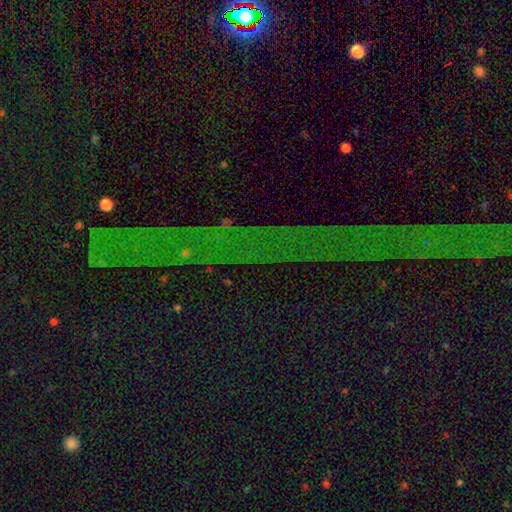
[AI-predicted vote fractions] The model was most divided on "smooth or featured": star or artifact: 81%, featured or disk: 11%, smooth: 9%.